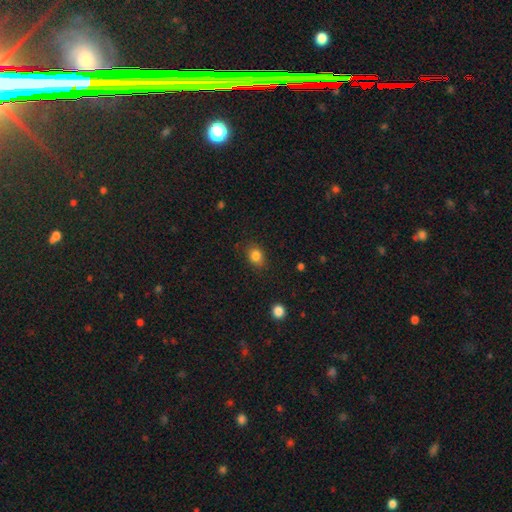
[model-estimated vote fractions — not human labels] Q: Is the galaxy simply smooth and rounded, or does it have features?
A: smooth — 83%.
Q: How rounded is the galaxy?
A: in between — 53%.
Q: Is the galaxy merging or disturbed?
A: none — 82%.